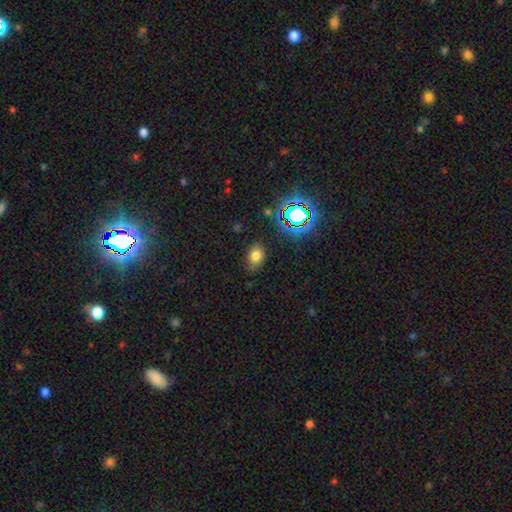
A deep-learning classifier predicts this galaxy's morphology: Smooth or featured?
  - smooth: 72% *
  - star or artifact: 19%
  - featured or disk: 9%
How rounded?
  - in between: 74% *
  - round: 24%
  - cigar-shaped: 1%
Merging?
  - none: 80% *
  - minor disturbance: 14%
  - major disturbance: 4%
  - merger: 2%